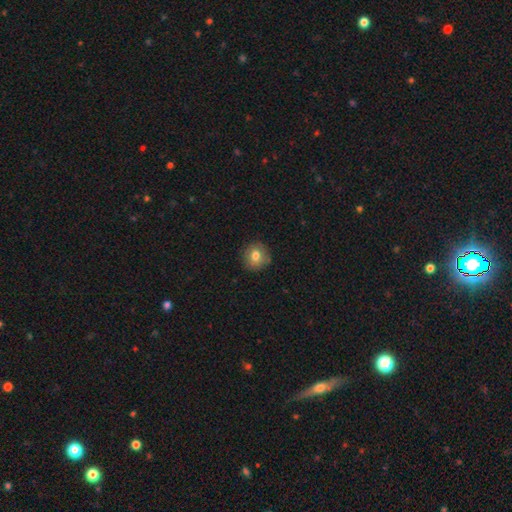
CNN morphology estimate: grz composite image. It shows a smooth galaxy with no disk features (77%) that is round (89%). Merging: none (85%).